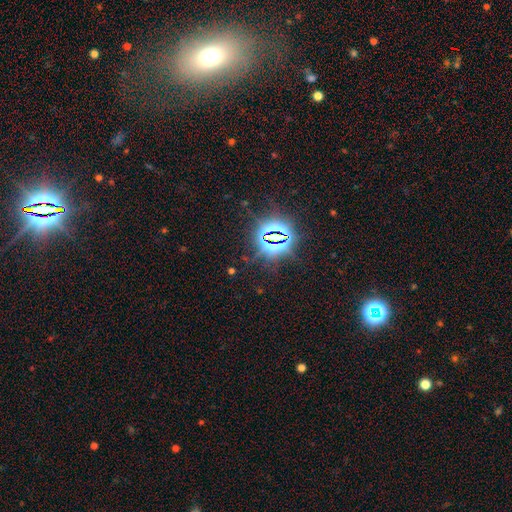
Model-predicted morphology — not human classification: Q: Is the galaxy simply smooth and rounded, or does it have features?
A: star or artifact — 66%.